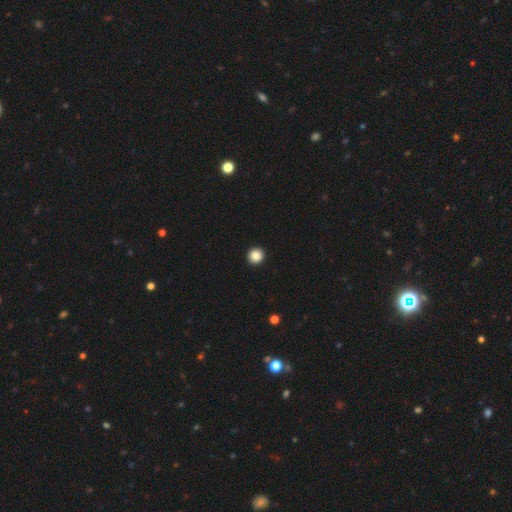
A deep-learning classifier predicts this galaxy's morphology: smooth 86%, star or artifact 10%, featured or disk 4%. Down the decision tree: how rounded — round (95%); merging — none (94%).